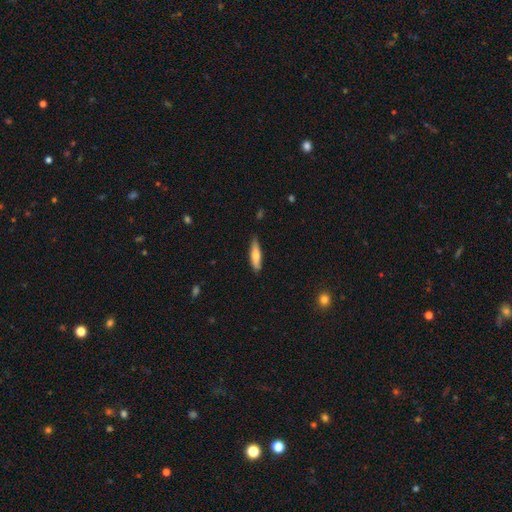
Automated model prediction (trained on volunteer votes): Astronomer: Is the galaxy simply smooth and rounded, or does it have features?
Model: smooth — 65%.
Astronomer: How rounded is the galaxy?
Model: cigar-shaped — 70%.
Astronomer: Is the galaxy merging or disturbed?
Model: none — 83%.